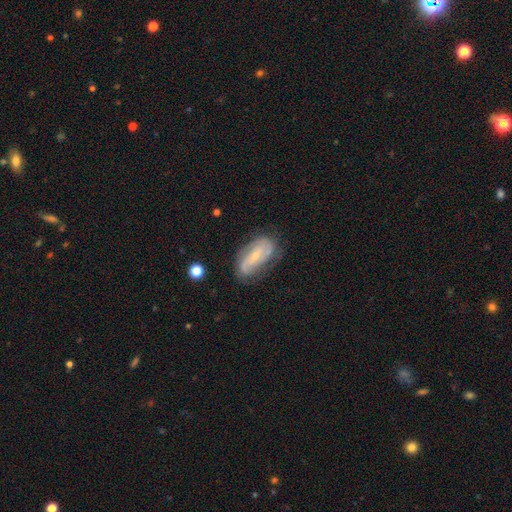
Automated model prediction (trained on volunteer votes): featured or disk 72%, smooth 21%, star or artifact 7%. Down the decision tree: edge-on disk — no (92%); bar — weak (36%, tied with no); spiral arms — yes (85%); spiral arm count — 2 (62%); spiral winding — medium (39%); bulge size — small (71%); merging — none (67%).